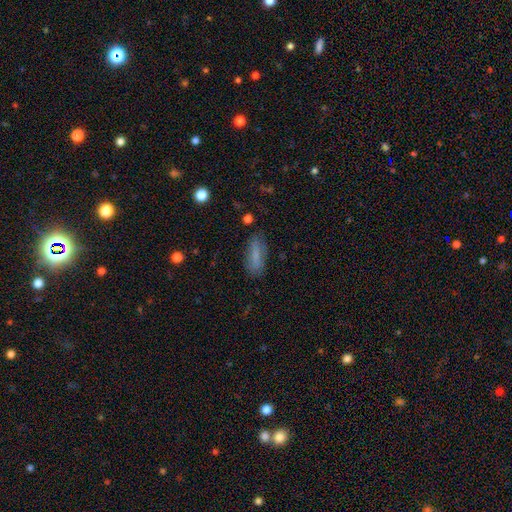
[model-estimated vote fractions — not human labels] smooth 74%, featured or disk 18%, star or artifact 9%. Down the decision tree: how rounded — in between (58%); merging — none (78%).